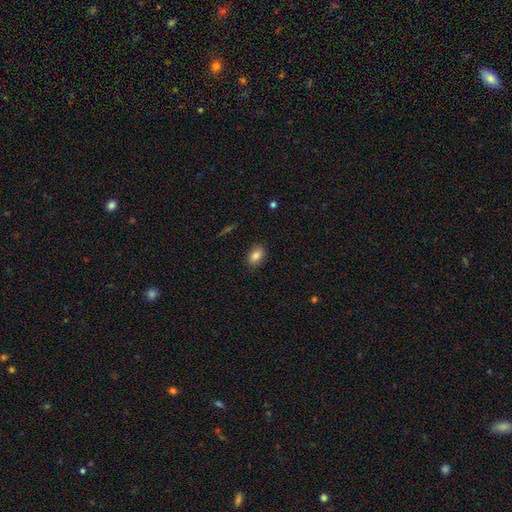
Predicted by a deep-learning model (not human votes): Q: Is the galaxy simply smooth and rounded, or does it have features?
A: smooth — 83%.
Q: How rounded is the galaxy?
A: in between — 87%.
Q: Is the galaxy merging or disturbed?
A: none — 86%.